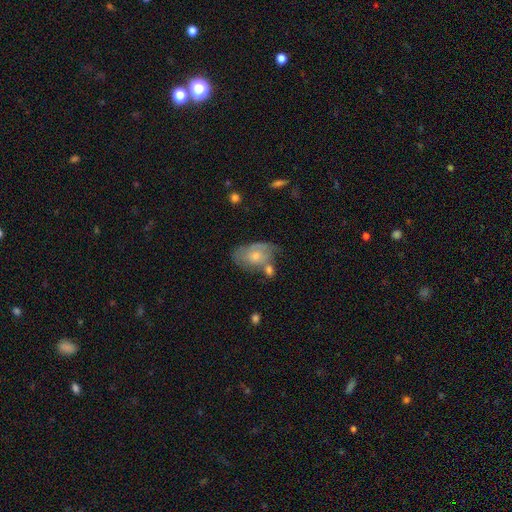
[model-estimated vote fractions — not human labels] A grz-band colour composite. It shows a featured or disk galaxy (48%). Merging: none (46%).